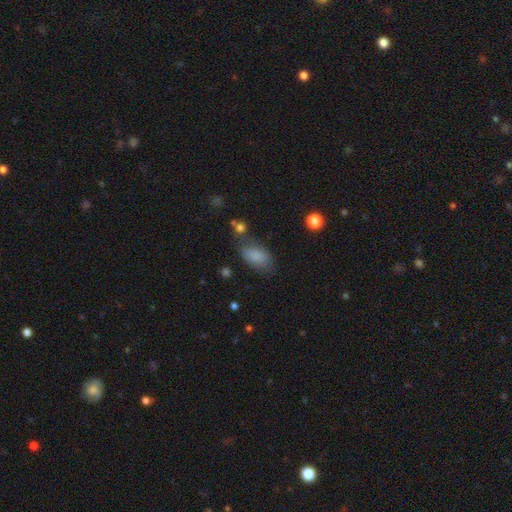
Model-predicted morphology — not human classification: smooth_or_featured: smooth (p=0.84) [alt: star or artifact p=0.09]
how_rounded: in between (p=0.91) [alt: round p=0.06]
merging: none (p=0.65) [alt: minor disturbance p=0.22]